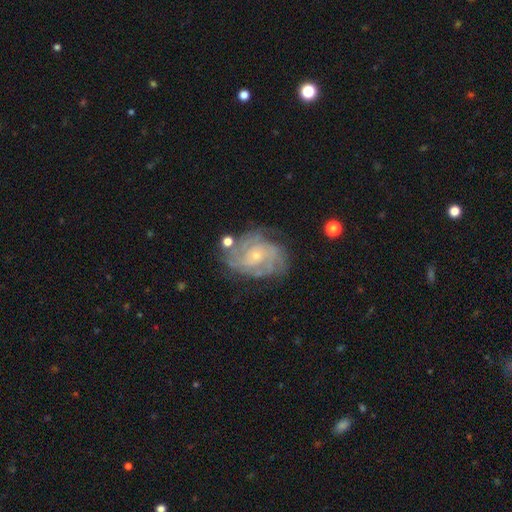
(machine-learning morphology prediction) Smooth or featured: featured or disk — 84% (smooth — 9%)
Edge-on disk: no — 97% (yes — 3%)
Bar: no — 69% (weak — 26%)
Spiral arms: yes — 95% (no — 5%)
Spiral winding: tight — 61% (medium — 32%)
Spiral arm count: can't tell — 31% (3 — 22%)
Bulge size: small — 75% (moderate — 22%)
Merging: none — 70% (minor disturbance — 18%)